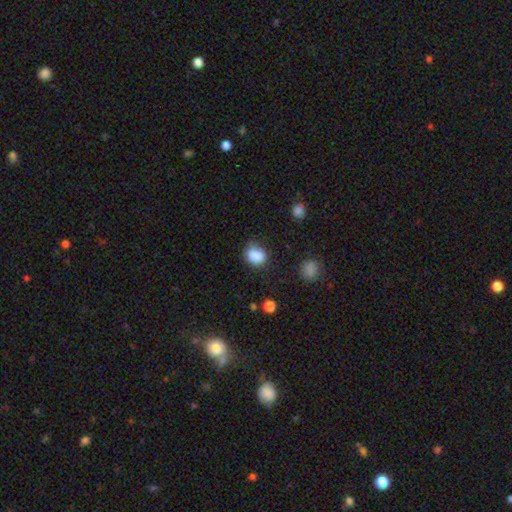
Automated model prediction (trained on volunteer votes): This appears to be a smooth galaxy with no disk features (85%) that is in between round and cigar-shaped (53%). Merging: none (65%).